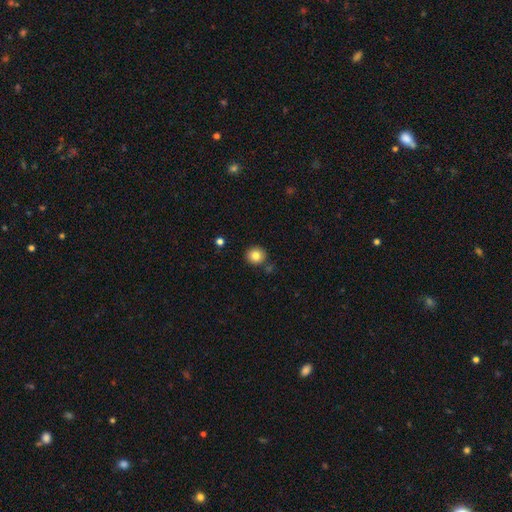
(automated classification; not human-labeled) Smooth or featured? Predicted: smooth (p=0.83). How rounded? Predicted: round (p=0.89). Merging? Predicted: none (p=0.84).